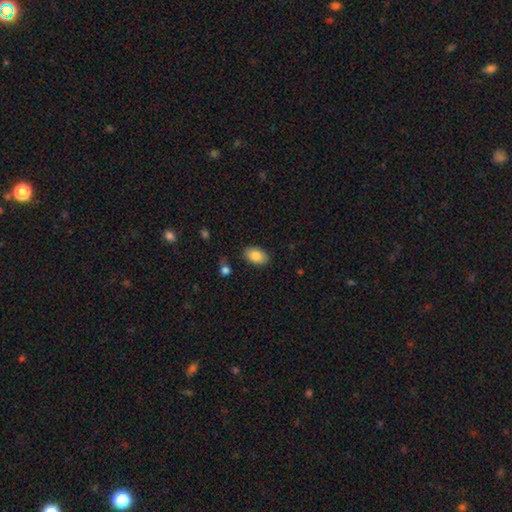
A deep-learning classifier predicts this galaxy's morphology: Overall: smooth (85%). How rounded: in between (91%). Merging: none (84%).